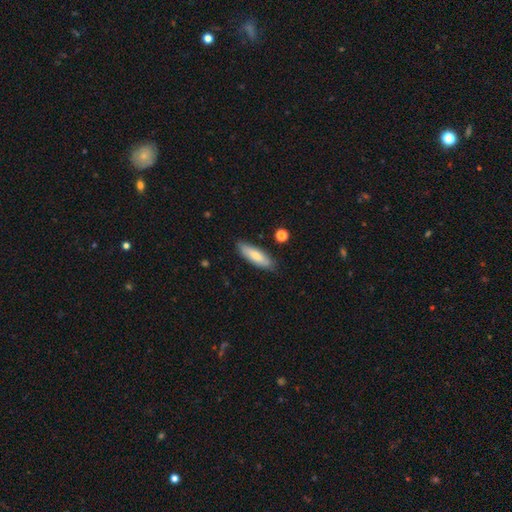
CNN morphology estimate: smooth 76%, featured or disk 19%, star or artifact 6%. Down the decision tree: how rounded — in between (49%, tied with cigar-shaped); merging — none (83%).